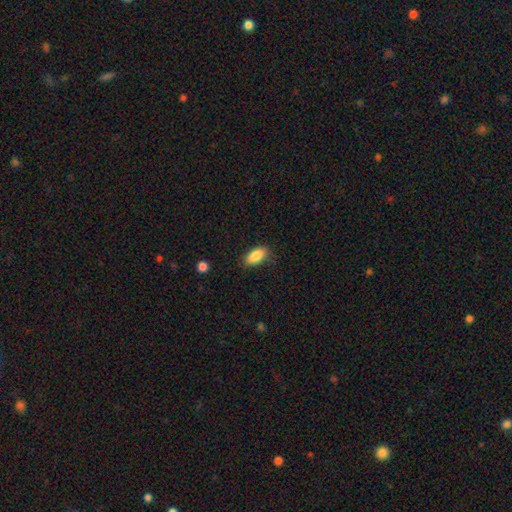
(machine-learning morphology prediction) type=smooth (87%); roundness=in between (89%); merging=none (83%).